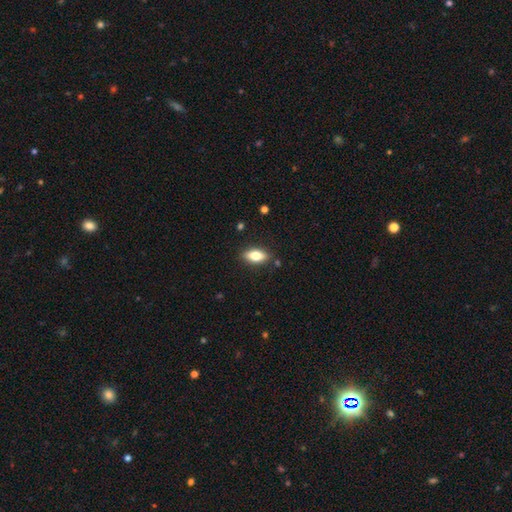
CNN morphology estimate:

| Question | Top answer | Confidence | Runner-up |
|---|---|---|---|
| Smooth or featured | smooth | 73% | featured or disk (20%) |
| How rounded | in between | 85% | cigar-shaped (10%) |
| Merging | none | 86% | minor disturbance (10%) |